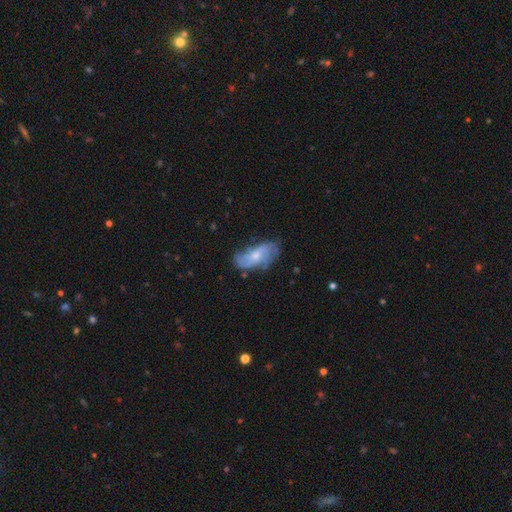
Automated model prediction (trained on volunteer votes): smooth-or-featured: featured or disk: 70% | smooth: 23% | star or artifact: 6%
  disk-edge-on: no: 94% | yes: 6%
    bar: no: 63% | weak: 32% | strong: 5%
    has-spiral-arms: yes: 87% | no: 13%
      spiral-winding: medium: 42% | loose: 30% | tight: 28%
      spiral-arm-count: 2: 40% | can't tell: 29% | 3: 17% | 4: 6% | 1: 4% | more than 4: 4%
    bulge-size: moderate: 49% | small: 43% | none: 4% | large: 3% | dominant: 1%
  merging: none: 63% | minor disturbance: 25% | major disturbance: 10% | merger: 2%